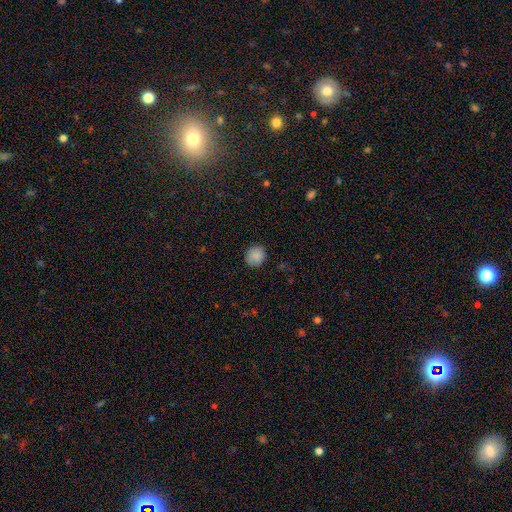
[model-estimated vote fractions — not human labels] A smooth galaxy with no disk features (88%) that is round (82%). Merging: none (88%).